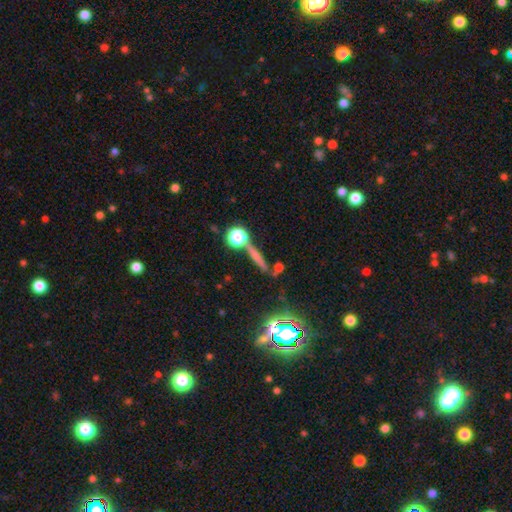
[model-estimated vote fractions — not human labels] Overall: featured or disk (40%; smooth 38%). Merging: none (73%).